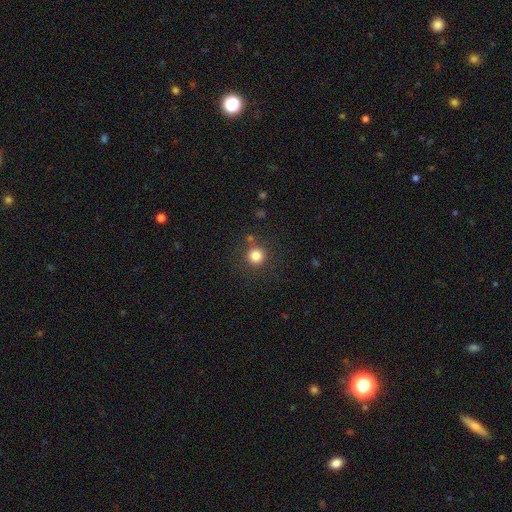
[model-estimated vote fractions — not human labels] Q: Smooth or featured?
A: smooth (82%); runner-up: star or artifact (13%)
Q: How rounded?
A: round (95%); runner-up: in between (4%)
Q: Merging?
A: none (85%); runner-up: minor disturbance (7%)